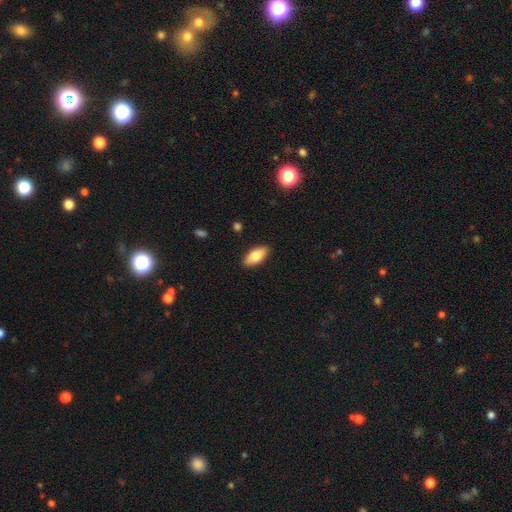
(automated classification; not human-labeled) Overall: smooth (77%). How rounded: in between (87%). Merging: none (89%).